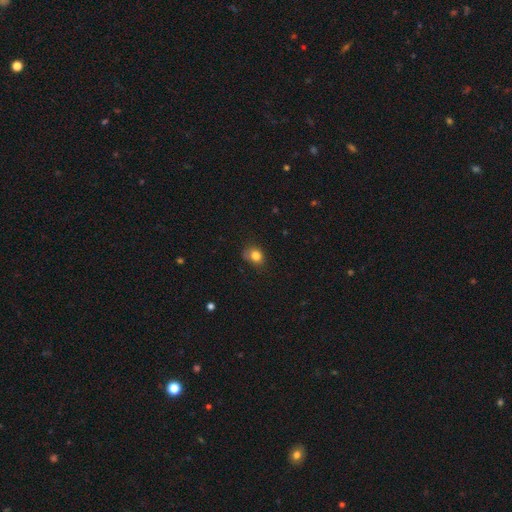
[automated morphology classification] The model was most divided on "how rounded": round: 57%, in between: 42%, cigar-shaped: 1%. More confident: smooth or featured — smooth (81%); merging — none (63%).